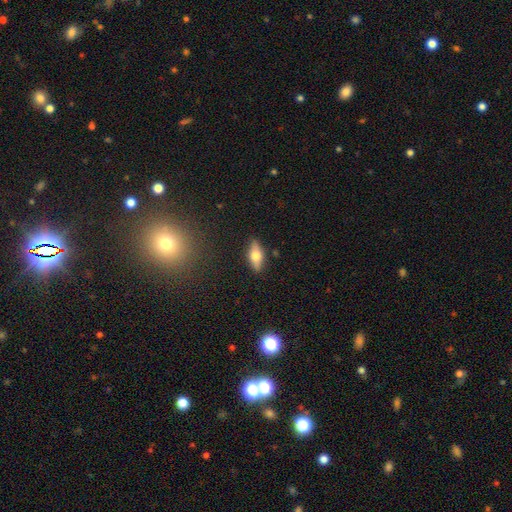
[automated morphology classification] Smooth or featured: smooth — 55% (featured or disk — 38%)
How rounded: in between — 72% (cigar-shaped — 25%)
Merging: none — 87% (minor disturbance — 10%)